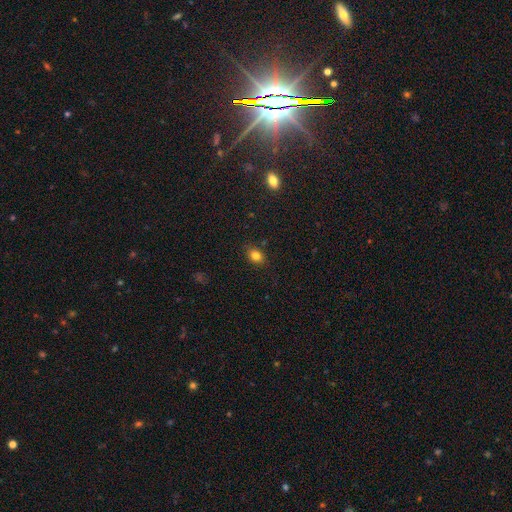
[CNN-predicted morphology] type=smooth (82%); roundness=in between (64%); merging=none (85%).